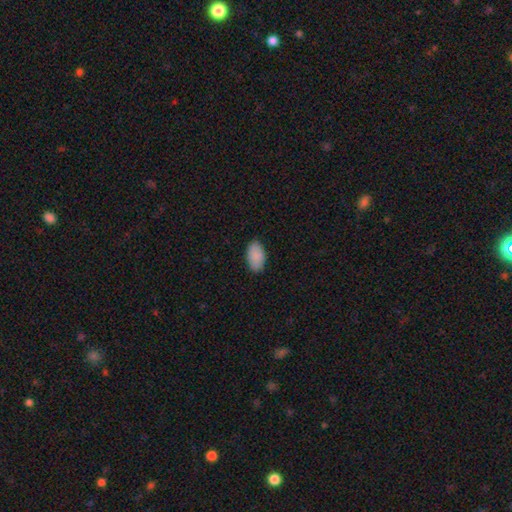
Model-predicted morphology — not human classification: This is clearly a smooth galaxy (90%). How rounded: clearly in between (95%). Merging: clearly none (86%).